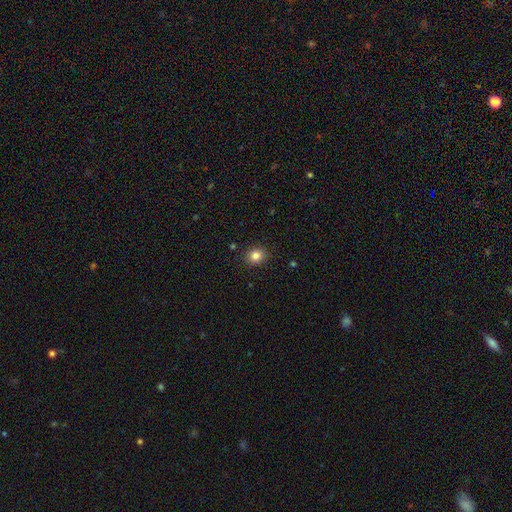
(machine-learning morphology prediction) Overall: smooth (83%). How rounded: round (70%). Merging: none (90%).